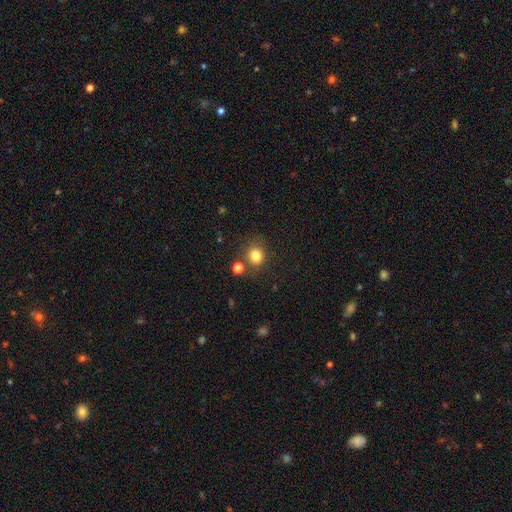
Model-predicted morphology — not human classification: Q: Smooth or featured?
A: smooth (81%); runner-up: star or artifact (13%)
Q: How rounded?
A: round (75%); runner-up: in between (24%)
Q: Merging?
A: none (72%); runner-up: minor disturbance (13%)